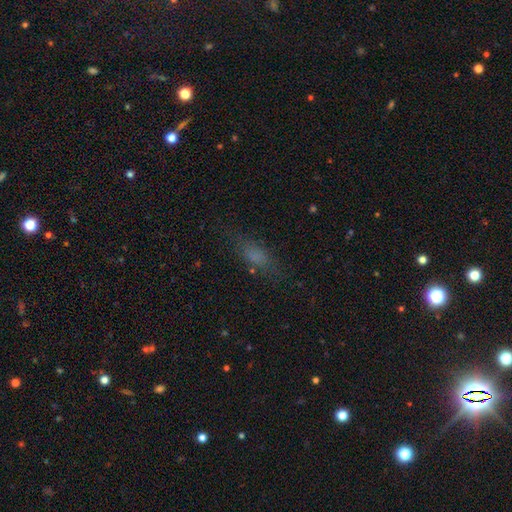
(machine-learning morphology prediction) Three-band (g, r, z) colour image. It shows a smooth galaxy with no disk features (66%) that is in between round and cigar-shaped (57%). Merging: none (68%).